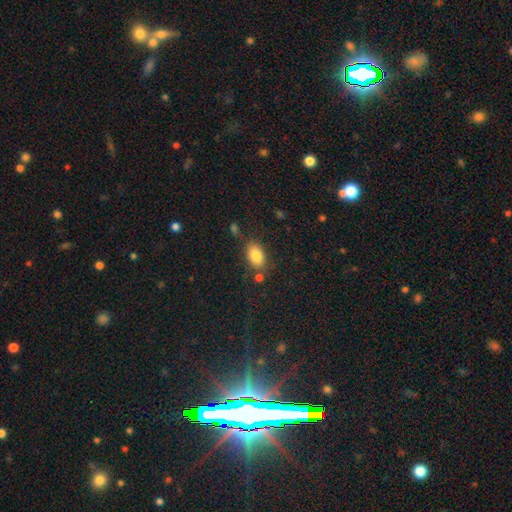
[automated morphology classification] type=smooth (84%); roundness=in between (87%); merging=none (72%).